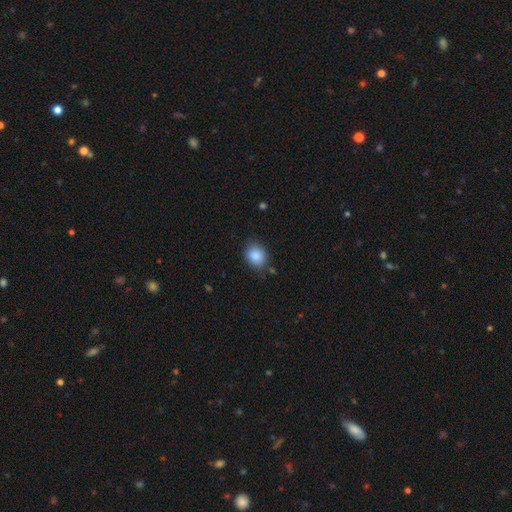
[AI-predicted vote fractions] Overall: smooth (87%). How rounded: round (51%; in between 48%). Merging: none (78%).